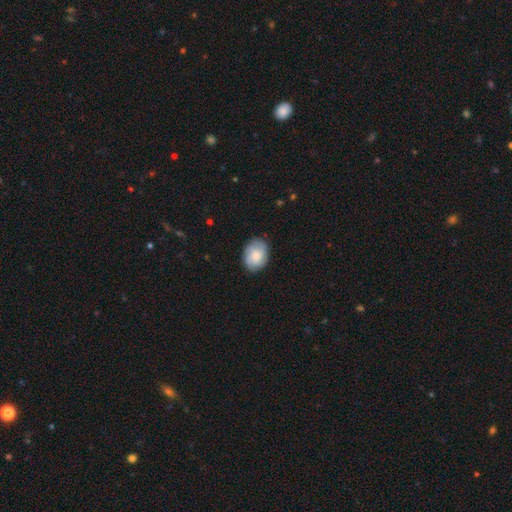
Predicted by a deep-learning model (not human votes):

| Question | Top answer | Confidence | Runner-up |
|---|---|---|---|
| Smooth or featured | smooth | 66% | featured or disk (27%) |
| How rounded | in between | 66% | round (33%) |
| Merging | none | 81% | minor disturbance (14%) |